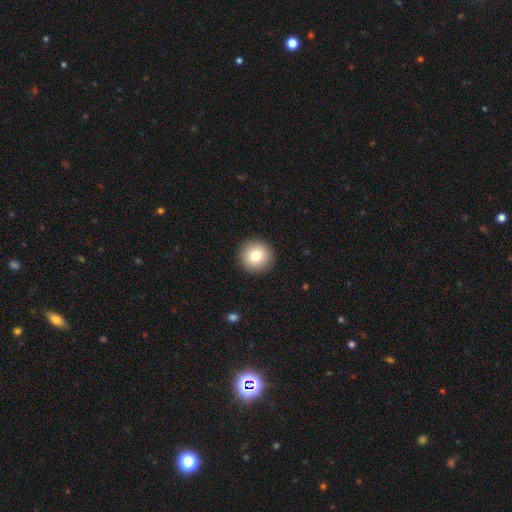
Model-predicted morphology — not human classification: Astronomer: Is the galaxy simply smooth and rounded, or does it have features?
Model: smooth — 79%.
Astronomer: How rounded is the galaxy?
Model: round — 95%.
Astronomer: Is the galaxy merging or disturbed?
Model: none — 93%.